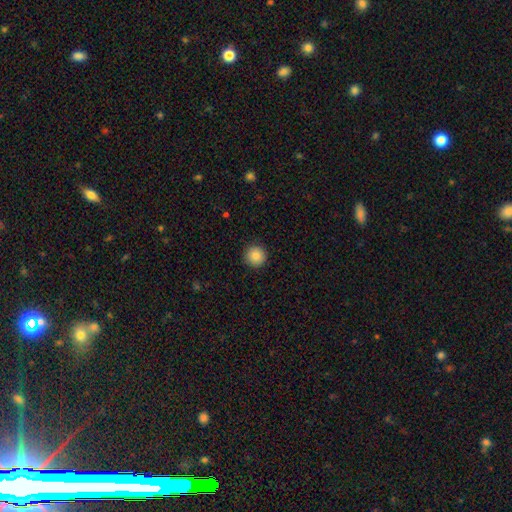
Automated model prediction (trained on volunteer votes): smooth_or_featured: smooth (p=0.87) [alt: star or artifact p=0.09]
how_rounded: round (p=0.96) [alt: in between p=0.03]
merging: none (p=0.92) [alt: minor disturbance p=0.05]